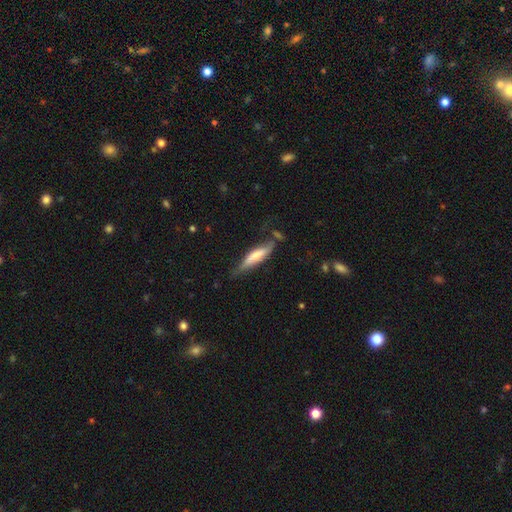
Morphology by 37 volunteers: Overall: smooth (68%; featured or disk 30%). How rounded: cigar-shaped (76%). Merging: none (58%; minor disturbance 31%).